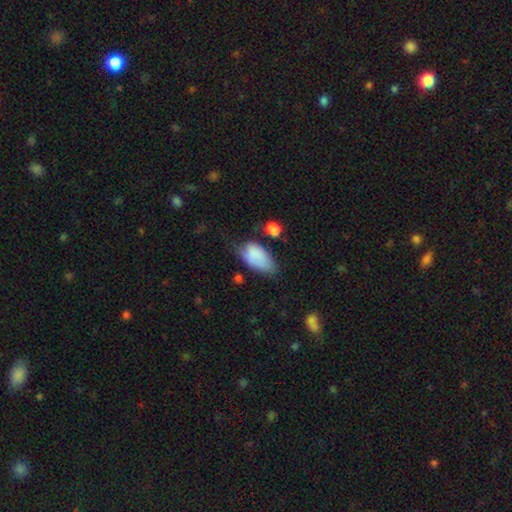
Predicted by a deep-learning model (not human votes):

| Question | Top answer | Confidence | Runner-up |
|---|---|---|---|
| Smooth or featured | smooth | 83% | featured or disk (10%) |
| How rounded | in between | 94% | round (4%) |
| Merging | none | 42% | minor disturbance (35%) |